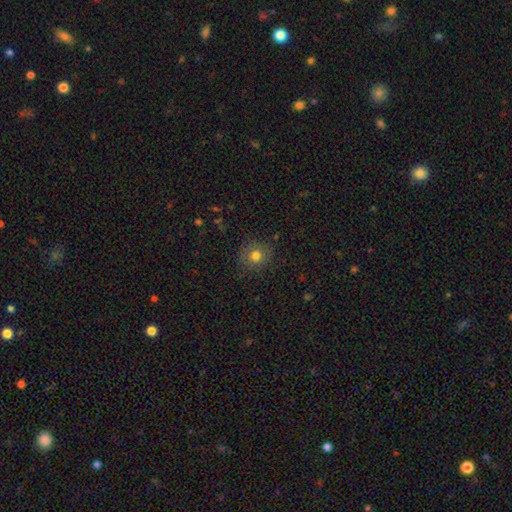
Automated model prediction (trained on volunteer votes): Smooth or featured? smooth (77%)
How rounded? round (87%)
Merging? none (84%)